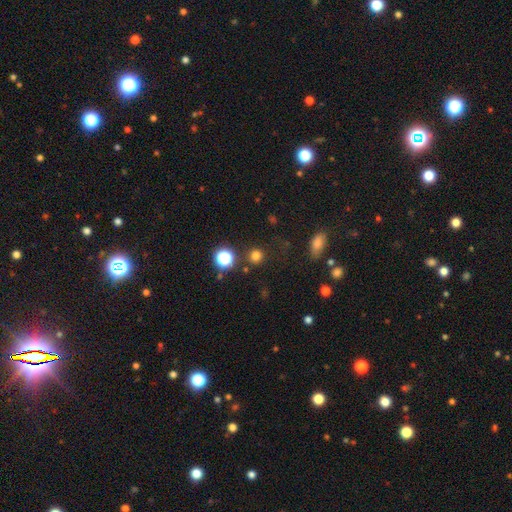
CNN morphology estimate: type=smooth (75%); roundness=round (92%); merging=none (84%).